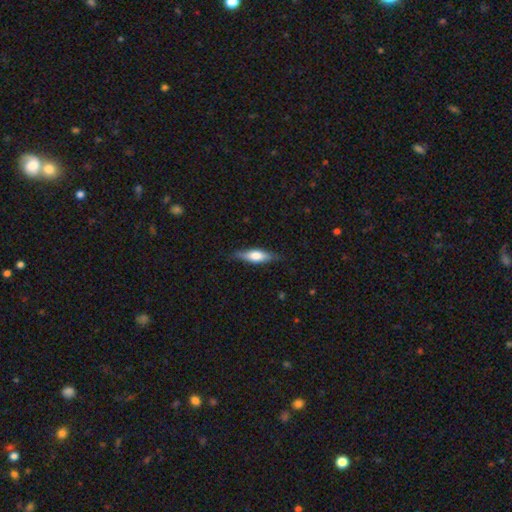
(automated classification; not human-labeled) The model was most divided on "smooth or featured": smooth: 51%, featured or disk: 44%, star or artifact: 6%. More confident: merging — none (83%); how rounded — cigar-shaped (55%).